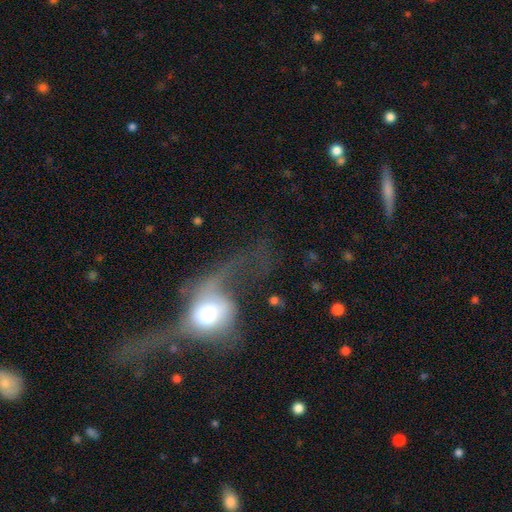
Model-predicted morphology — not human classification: Smooth or featured: featured or disk — 54% (smooth — 32%)
Edge-on disk: no — 79% (yes — 21%)
Merging: major disturbance — 56% (none — 22%)